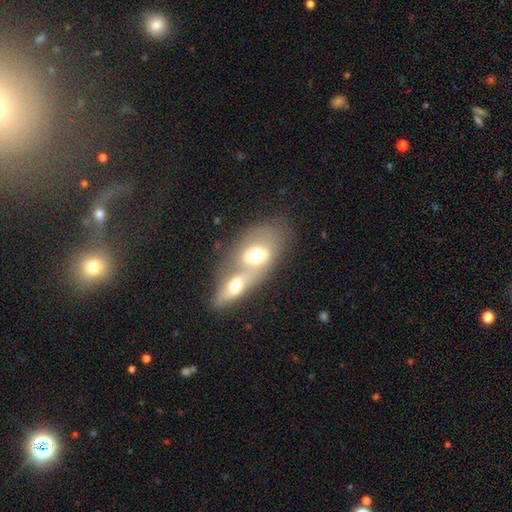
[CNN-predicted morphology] Smooth or featured? smooth (55%)
How rounded? in between (83%)
Merging? merger (72%)